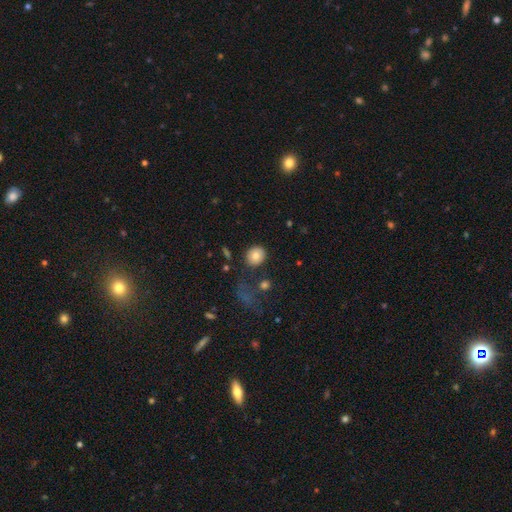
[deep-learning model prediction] smooth-or-featured: smooth: 84% | star or artifact: 9% | featured or disk: 7%
  how-rounded: round: 79% | in between: 20% | cigar-shaped: 1%
  merging: none: 83% | minor disturbance: 10% | merger: 4% | major disturbance: 4%